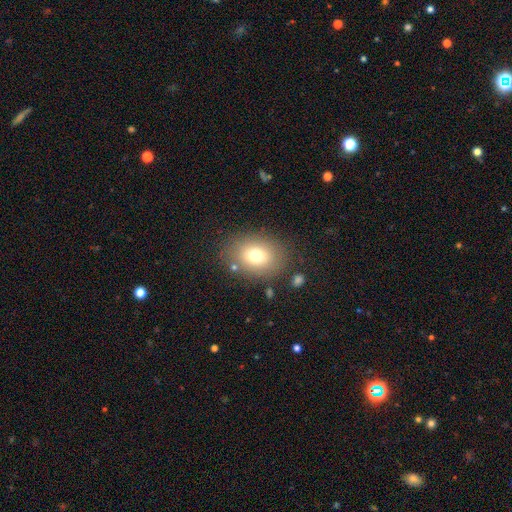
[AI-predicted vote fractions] smooth_or_featured: smooth (p=0.75) [alt: featured or disk p=0.14]
how_rounded: in between (p=0.61) [alt: round p=0.38]
merging: none (p=0.80) [alt: minor disturbance p=0.12]